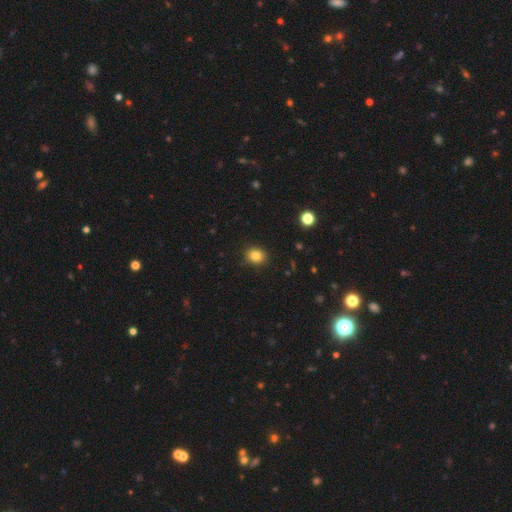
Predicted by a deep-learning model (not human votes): This is clearly a smooth galaxy (83%). How rounded: likely round (62%). Merging: clearly none (90%).